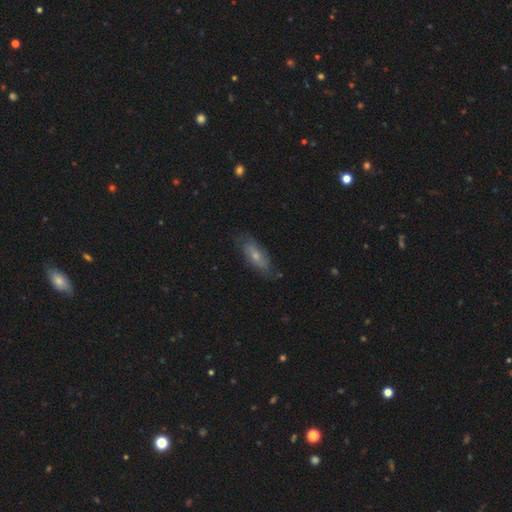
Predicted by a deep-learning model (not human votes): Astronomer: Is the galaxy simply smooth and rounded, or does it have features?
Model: smooth — 49% (runner-up: featured or disk, 44%).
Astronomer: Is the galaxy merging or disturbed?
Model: none — 73%.